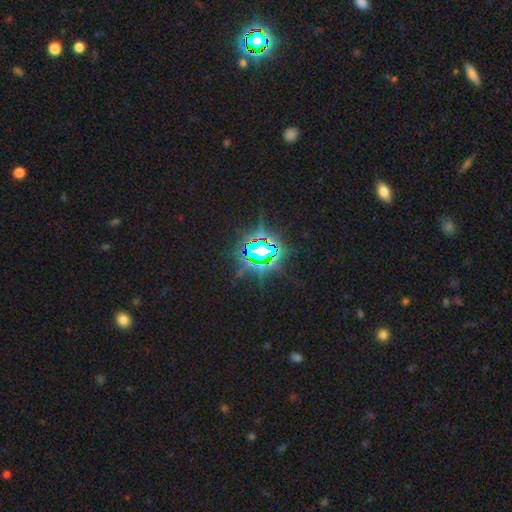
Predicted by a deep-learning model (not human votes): This appears to be a star or artifact, not a galaxy (82%).